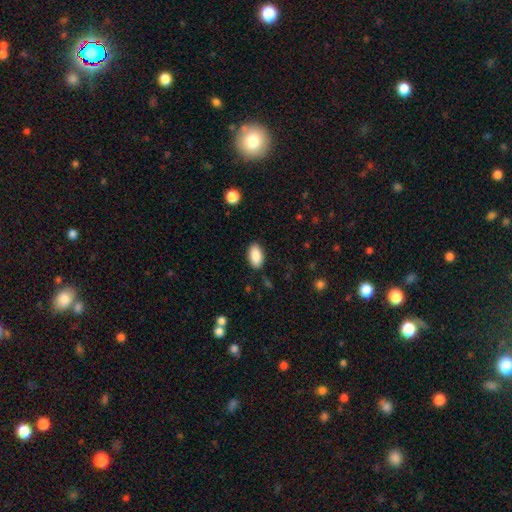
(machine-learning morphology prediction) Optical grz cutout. It shows a smooth galaxy with no disk features (89%) that is in between round and cigar-shaped (94%). Merging: none (87%).